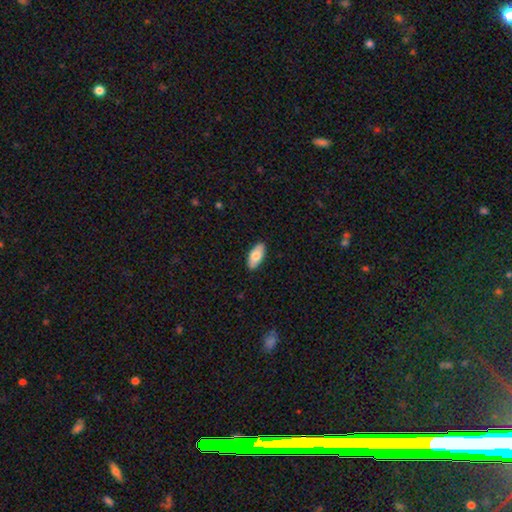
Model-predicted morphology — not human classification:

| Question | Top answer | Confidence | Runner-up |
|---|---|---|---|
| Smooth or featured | smooth | 76% | featured or disk (18%) |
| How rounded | in between | 90% | cigar-shaped (8%) |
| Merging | none | 89% | minor disturbance (8%) |